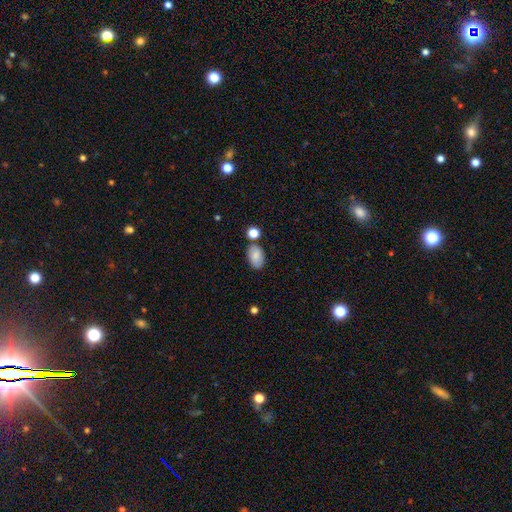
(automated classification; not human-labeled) Smooth or featured?
  - smooth: 84% *
  - featured or disk: 8%
  - star or artifact: 8%
How rounded?
  - in between: 92% *
  - round: 7%
  - cigar-shaped: 1%
Merging?
  - none: 74% *
  - minor disturbance: 14%
  - merger: 9%
  - major disturbance: 3%